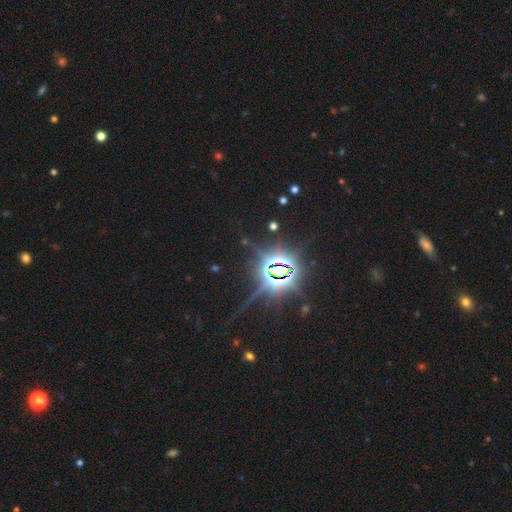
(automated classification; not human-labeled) This appears to be a star or artifact, not a galaxy (86%).